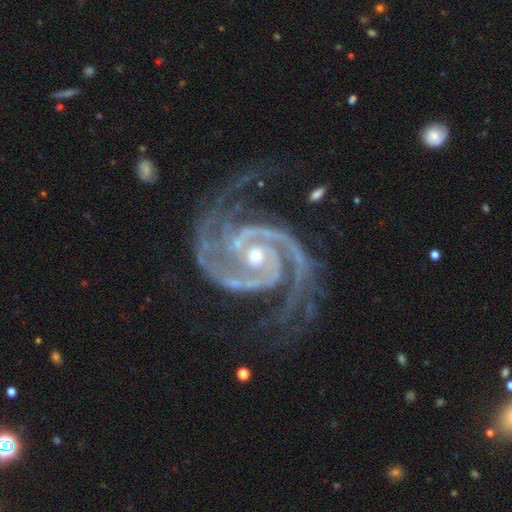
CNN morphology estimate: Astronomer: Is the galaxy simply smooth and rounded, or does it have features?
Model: featured or disk — 95%.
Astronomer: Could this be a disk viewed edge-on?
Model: no — 98%.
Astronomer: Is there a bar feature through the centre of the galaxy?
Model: no — 53% (runner-up: weak, 29%).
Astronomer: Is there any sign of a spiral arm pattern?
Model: yes — 99%.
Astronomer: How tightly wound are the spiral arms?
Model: tight — 50% (runner-up: medium, 44%).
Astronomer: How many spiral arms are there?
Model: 2 — 66%.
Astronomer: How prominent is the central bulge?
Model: moderate — 51% (runner-up: small, 46%).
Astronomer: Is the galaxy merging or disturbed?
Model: none — 62%.